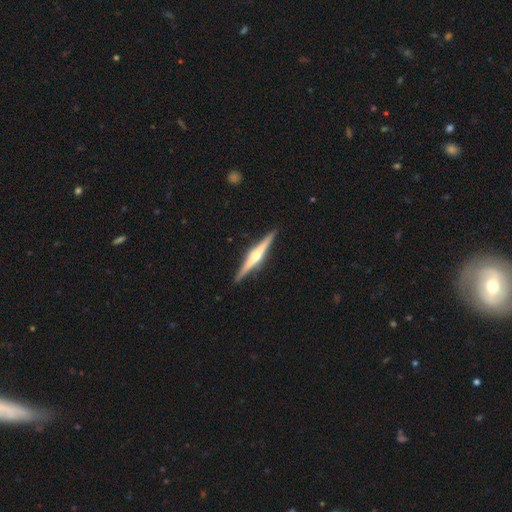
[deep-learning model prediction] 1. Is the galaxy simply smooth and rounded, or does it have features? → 80% featured or disk, 16% smooth, 5% star or artifact.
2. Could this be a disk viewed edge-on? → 98% yes, 2% no.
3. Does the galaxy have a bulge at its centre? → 90% rounded, 5% none, 5% boxy.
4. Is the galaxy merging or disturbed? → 91% none, 6% minor disturbance, 1% major disturbance, 1% merger.